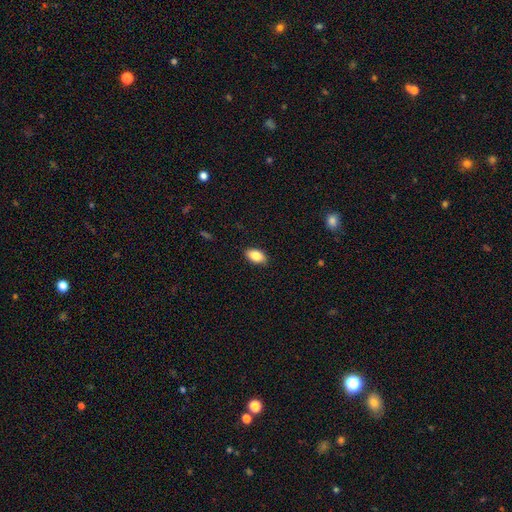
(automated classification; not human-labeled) The model was most divided on "merging": none: 88%, minor disturbance: 9%, major disturbance: 2%, merger: 1%. More confident: how rounded — in between (91%); smooth or featured — smooth (86%).